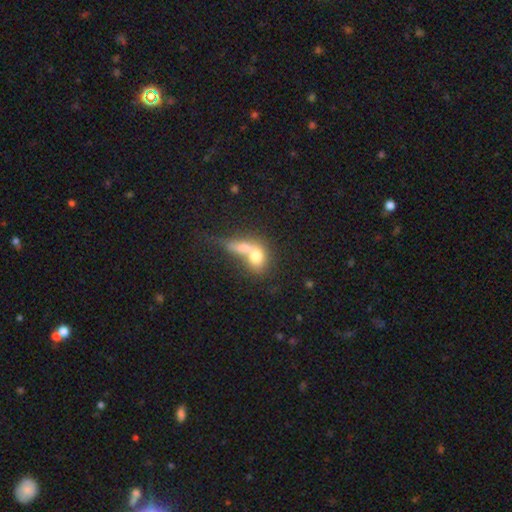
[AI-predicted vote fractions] A smooth galaxy with no disk features (71%) that is in between round and cigar-shaped (54%). Merging: merger (71%).